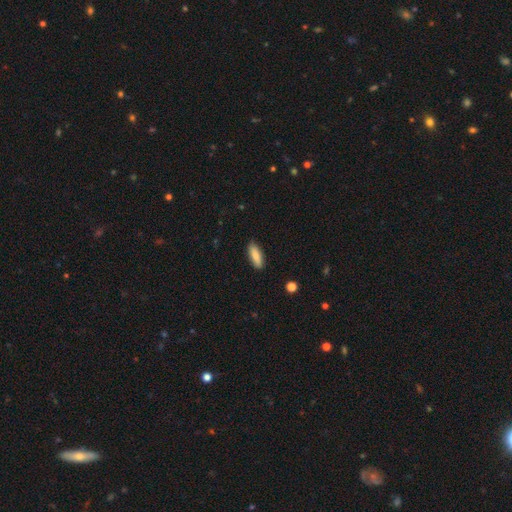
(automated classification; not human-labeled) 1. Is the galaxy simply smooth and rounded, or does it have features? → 83% smooth, 11% featured or disk, 6% star or artifact.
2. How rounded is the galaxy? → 60% in between, 38% cigar-shaped, 2% round.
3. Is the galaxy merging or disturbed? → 87% none, 10% minor disturbance, 2% major disturbance, 1% merger.